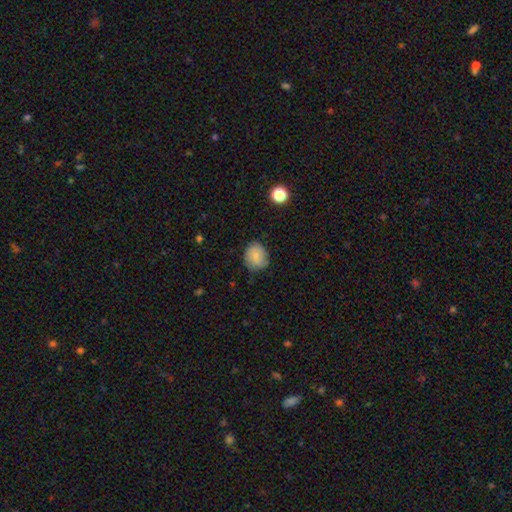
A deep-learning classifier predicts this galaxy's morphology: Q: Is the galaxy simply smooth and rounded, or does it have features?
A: smooth — 75%.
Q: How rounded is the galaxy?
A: round — 70%.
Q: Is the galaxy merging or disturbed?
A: none — 72%.